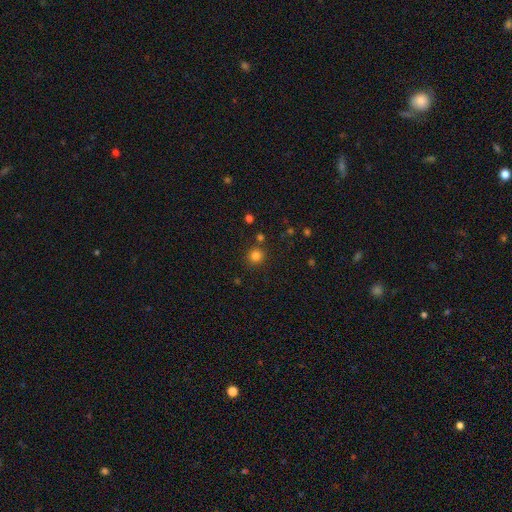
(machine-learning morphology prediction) Smooth or featured? Predicted: smooth (p=0.82). How rounded? Predicted: round (p=0.90). Merging? Predicted: none (p=0.82).